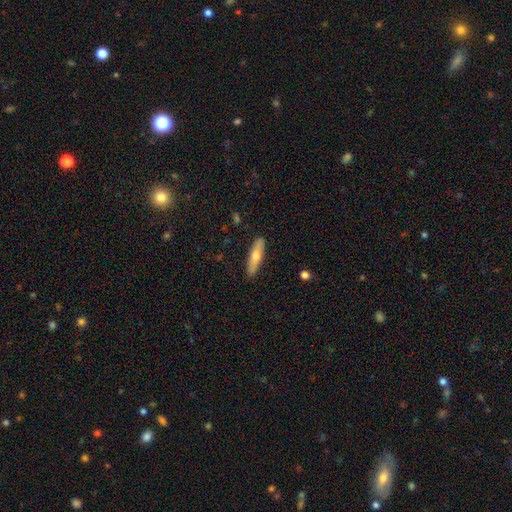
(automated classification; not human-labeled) This is likely a smooth galaxy (63%). How rounded: likely cigar-shaped (73%). Merging: clearly none (88%).